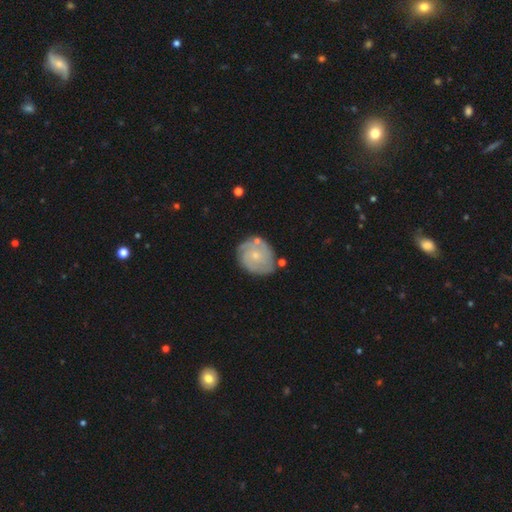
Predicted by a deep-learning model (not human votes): This appears to be a featured or disk galaxy (73%) with no bar (76%), tight (68%) spiral arms (90%) and a small central bulge (74%). Merging: none (71%).